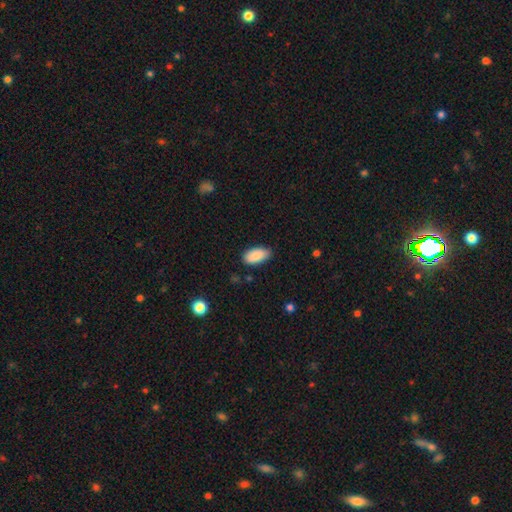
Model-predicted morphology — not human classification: Overall: smooth (90%). How rounded: in between (94%). Merging: none (81%).